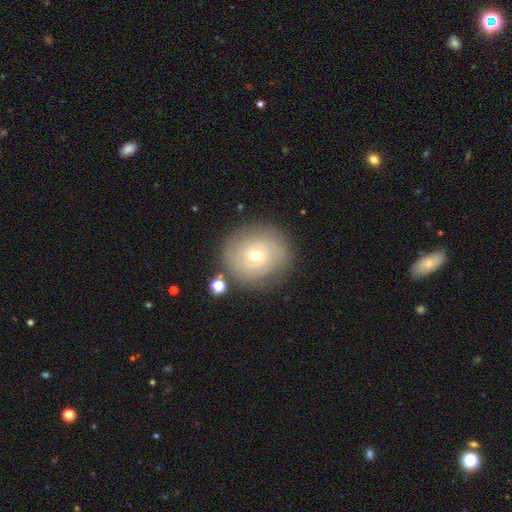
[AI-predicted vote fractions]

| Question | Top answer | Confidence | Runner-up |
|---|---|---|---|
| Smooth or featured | featured or disk | 60% | smooth (31%) |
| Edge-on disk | no | 97% | yes (3%) |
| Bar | no | 67% | weak (27%) |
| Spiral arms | yes | 71% | no (29%) |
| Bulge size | moderate | 52% | small (44%) |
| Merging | none | 81% | minor disturbance (12%) |